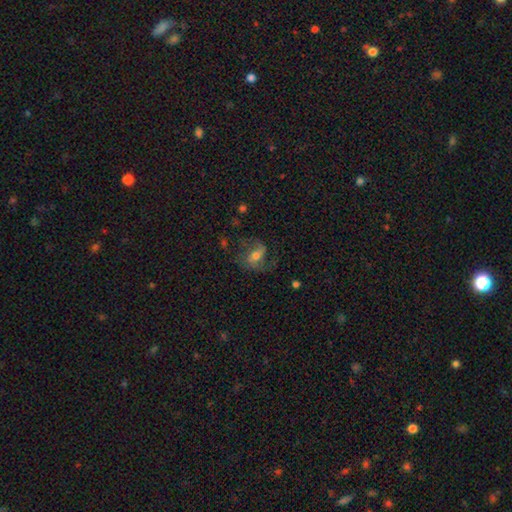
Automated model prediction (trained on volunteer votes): This is likely a featured or disk galaxy (61%). It is clearly not viewed edge-on (96%). Bar: marginally weak (42%). Spiral arm pattern: clearly yes (85%). Central bulge: likely moderate (61%). Merging: possibly none (58%).